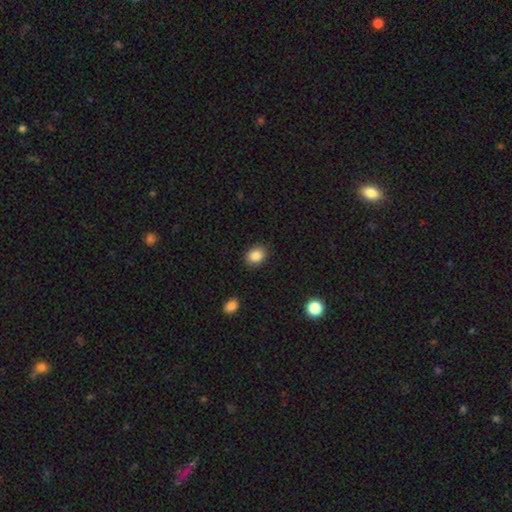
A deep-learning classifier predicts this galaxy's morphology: This is clearly a smooth galaxy (87%). How rounded: possibly in between (55%). Merging: clearly none (88%).